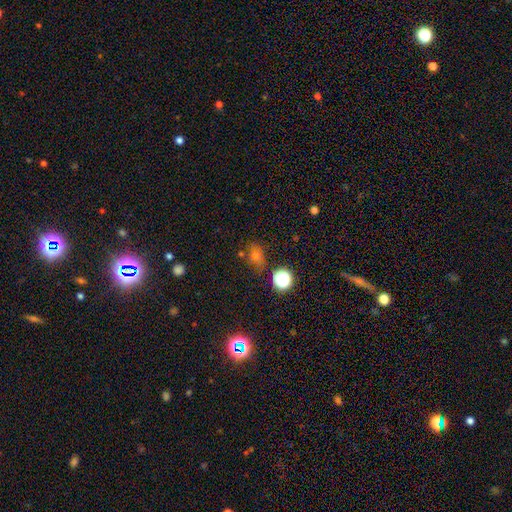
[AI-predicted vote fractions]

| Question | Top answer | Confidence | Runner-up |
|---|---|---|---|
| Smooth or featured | smooth | 53% | star or artifact (38%) |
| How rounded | round | 63% | in between (35%) |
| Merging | none | 70% | minor disturbance (16%) |